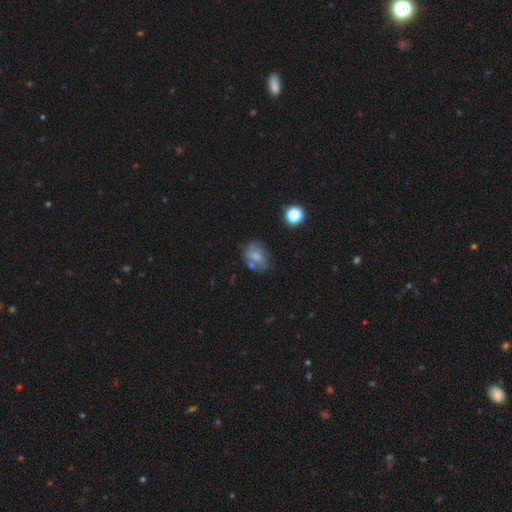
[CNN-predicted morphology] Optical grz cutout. It shows a smooth galaxy with no disk features (51%) that is in between round and cigar-shaped (64%). Merging: none (52%).